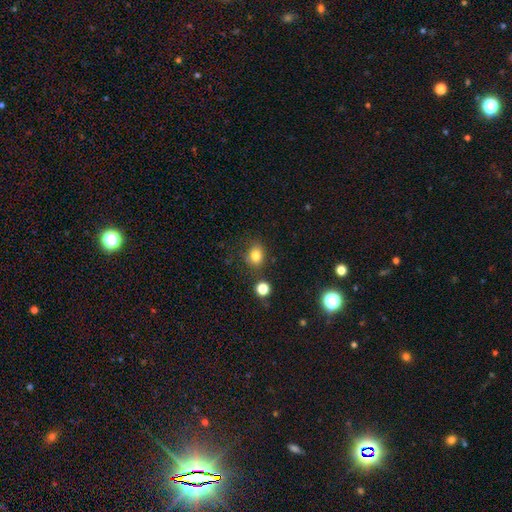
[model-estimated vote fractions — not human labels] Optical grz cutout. It shows a smooth galaxy with no disk features (81%) that is round (57%). Merging: none (74%).